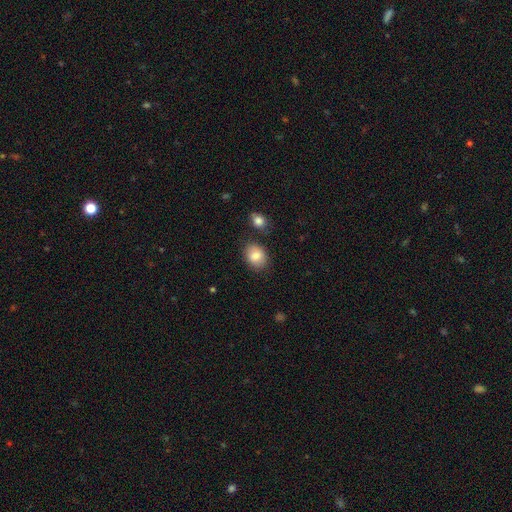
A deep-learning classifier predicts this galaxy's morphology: smooth_or_featured: smooth (p=0.84) [alt: featured or disk p=0.08]
how_rounded: in between (p=0.63) [alt: round p=0.36]
merging: none (p=0.80) [alt: minor disturbance p=0.12]